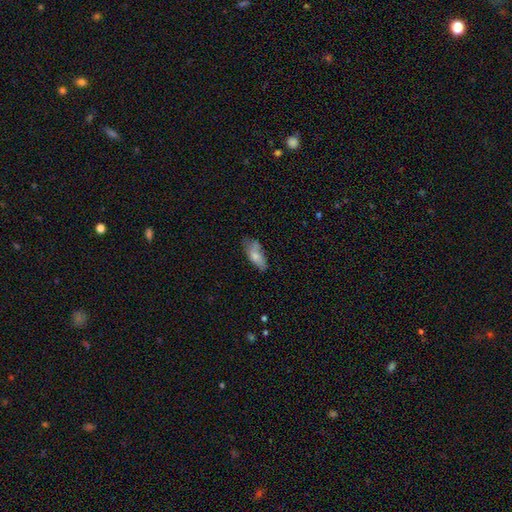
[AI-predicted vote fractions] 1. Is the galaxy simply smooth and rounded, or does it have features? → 71% smooth, 21% featured or disk, 8% star or artifact.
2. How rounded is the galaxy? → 81% in between, 16% cigar-shaped, 3% round.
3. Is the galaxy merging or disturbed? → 46% none, 33% minor disturbance, 15% major disturbance, 6% merger.